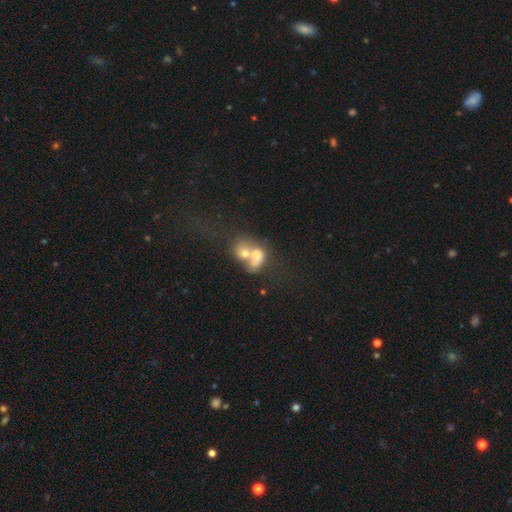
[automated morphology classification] Smooth or featured?
  - smooth: 57% *
  - featured or disk: 32%
  - star or artifact: 11%
How rounded?
  - in between: 54% *
  - round: 45%
  - cigar-shaped: 2%
Merging?
  - merger: 75% *
  - none: 12%
  - major disturbance: 7%
  - minor disturbance: 5%